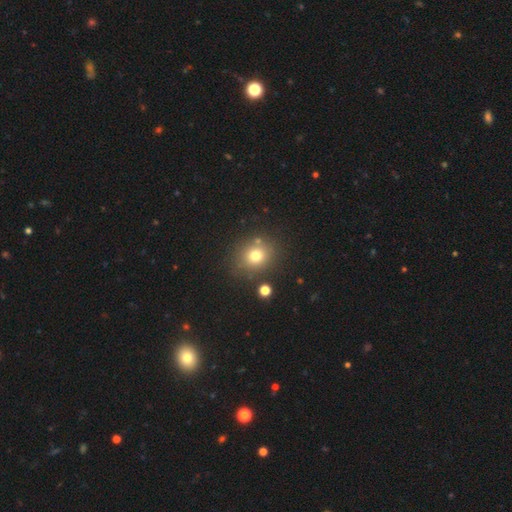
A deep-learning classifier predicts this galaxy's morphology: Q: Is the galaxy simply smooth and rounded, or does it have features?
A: smooth — 75%.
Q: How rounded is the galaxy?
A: round — 75%.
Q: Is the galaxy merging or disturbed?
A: none — 79%.